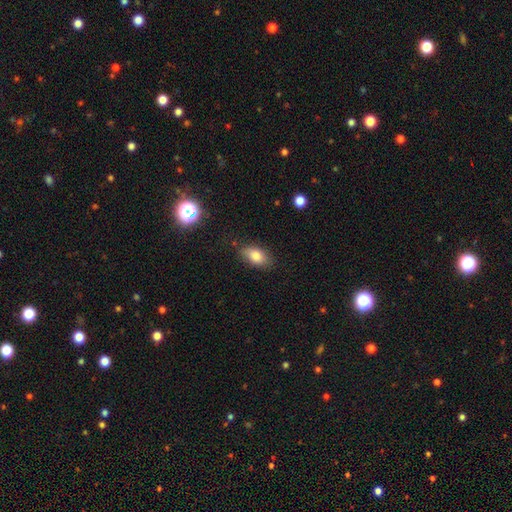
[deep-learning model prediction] smooth-or-featured: smooth: 81% | featured or disk: 9% | star or artifact: 9%
  how-rounded: in between: 87% | round: 9% | cigar-shaped: 4%
  merging: none: 78% | minor disturbance: 17% | major disturbance: 4% | merger: 2%